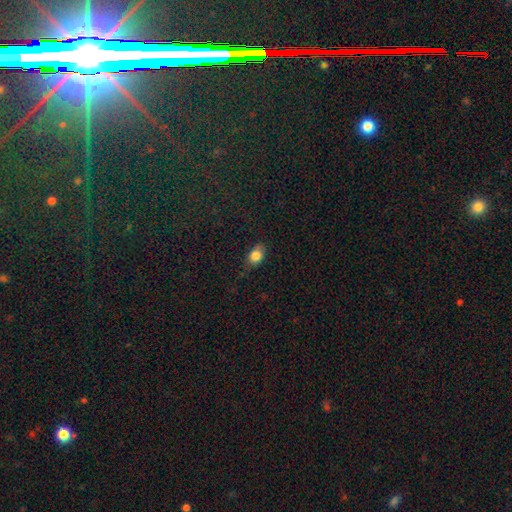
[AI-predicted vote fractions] This appears to be a smooth galaxy with no disk features (83%) that is in between round and cigar-shaped (79%). Merging: none (77%).